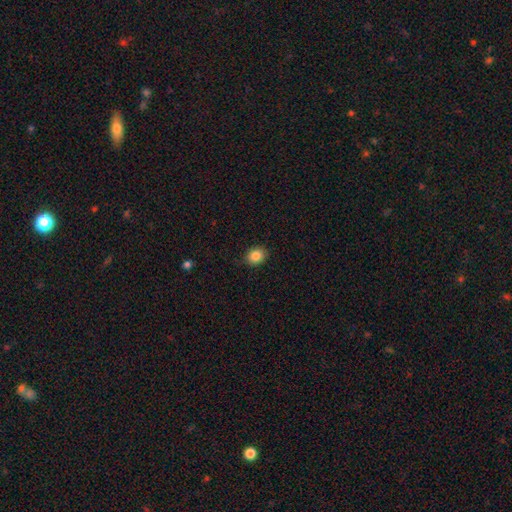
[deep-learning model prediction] This is clearly a smooth galaxy (86%). How rounded: possibly round (53%). Merging: clearly none (87%).